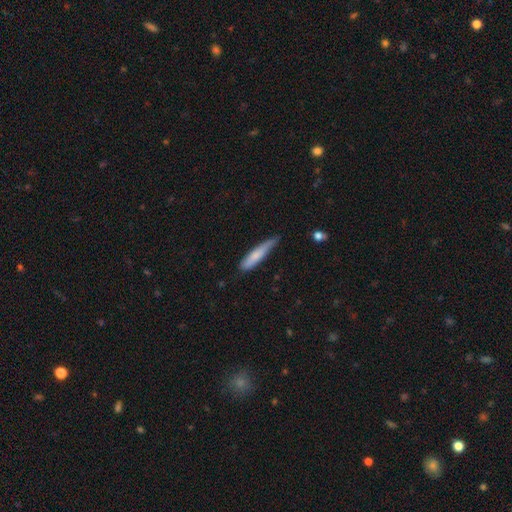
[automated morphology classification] This is likely a smooth galaxy (73%). How rounded: clearly cigar-shaped (87%). Merging: likely none (61%).